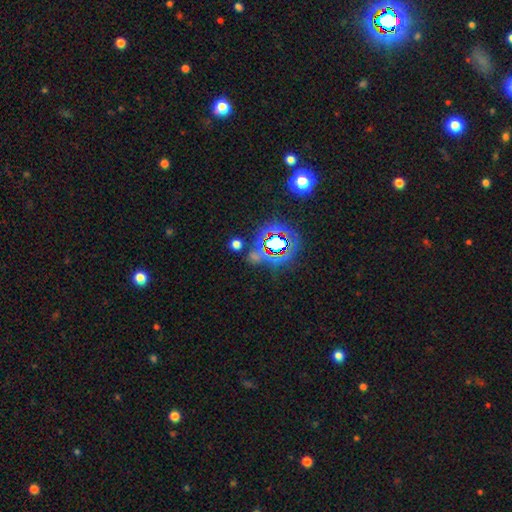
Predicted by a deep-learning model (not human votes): smooth_or_featured: star or artifact (p=0.72) [alt: smooth p=0.17]